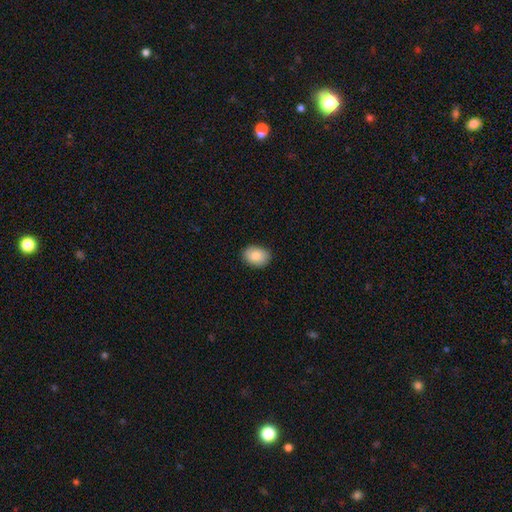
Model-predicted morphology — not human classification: smooth 81%, featured or disk 11%, star or artifact 7%. Down the decision tree: how rounded — in between (69%); merging — none (88%).